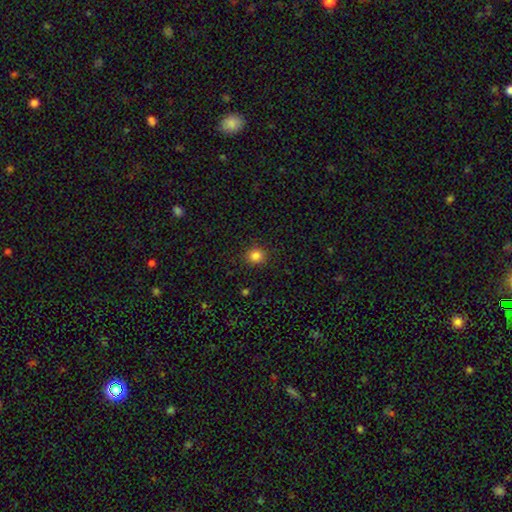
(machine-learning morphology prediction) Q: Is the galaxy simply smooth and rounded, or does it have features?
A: smooth — 84%.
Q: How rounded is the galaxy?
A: round — 86%.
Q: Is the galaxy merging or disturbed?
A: none — 91%.